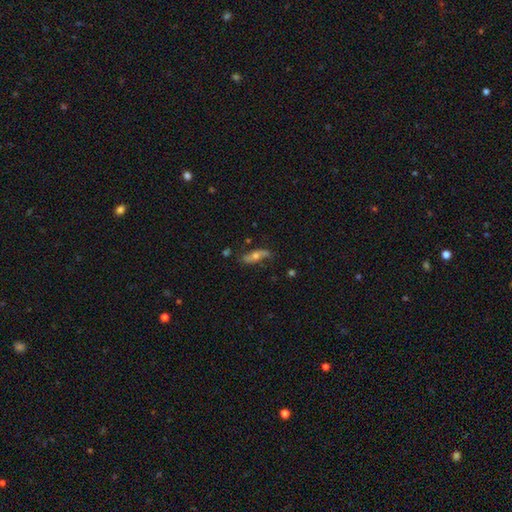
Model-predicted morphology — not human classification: Smooth or featured? Predicted: featured or disk (p=0.56). Edge-on disk? Predicted: no (p=0.65). Merging? Predicted: none (p=0.70).